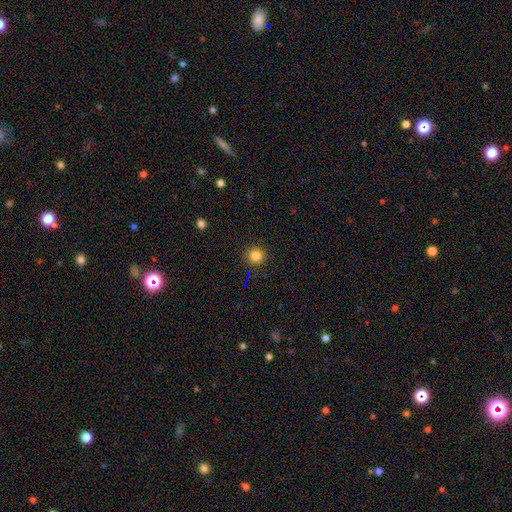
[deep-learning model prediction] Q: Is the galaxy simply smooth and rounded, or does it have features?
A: smooth — 83%.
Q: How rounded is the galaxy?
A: round — 93%.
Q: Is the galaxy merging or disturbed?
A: none — 91%.